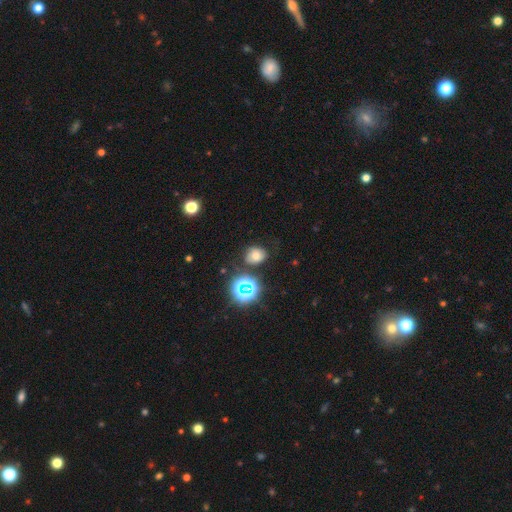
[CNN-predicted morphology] Smooth or featured? smooth (60%)
How rounded? round (56%)
Merging? none (75%)